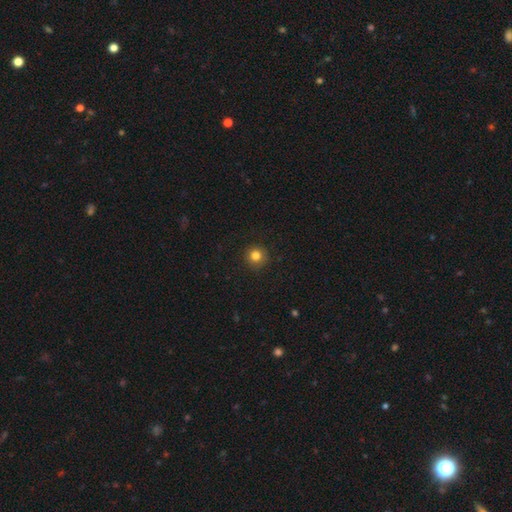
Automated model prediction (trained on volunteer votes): This is clearly a smooth galaxy (82%). How rounded: clearly round (95%). Merging: clearly none (91%).